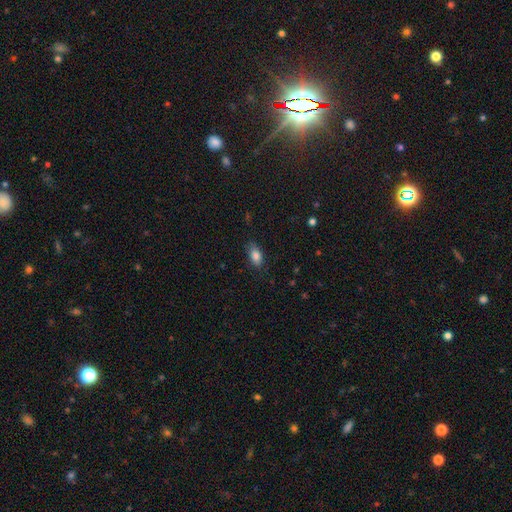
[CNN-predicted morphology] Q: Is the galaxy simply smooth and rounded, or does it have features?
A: smooth — 84%.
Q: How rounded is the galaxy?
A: in between — 89%.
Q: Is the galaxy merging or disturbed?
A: none — 79%.